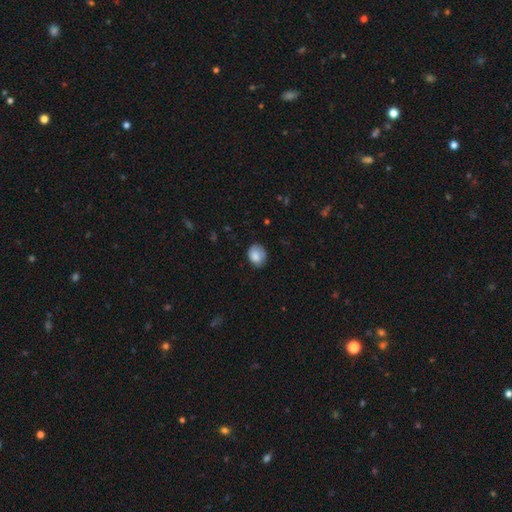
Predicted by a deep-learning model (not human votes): A smooth galaxy with no disk features (83%) that is round (50%).

Vote fractions:
- Smooth or featured? smooth: 83% / featured or disk: 9% / star or artifact: 8%
- How rounded? round: 50% / in between: 49% / cigar-shaped: 1%
- Merging? none: 66% / minor disturbance: 26% / major disturbance: 6% / merger: 1%